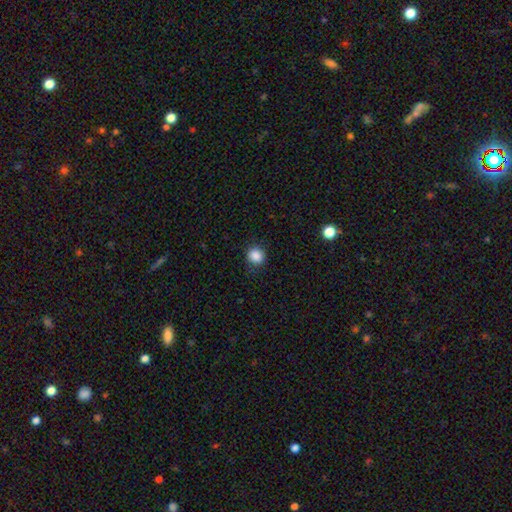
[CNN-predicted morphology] smooth 87%, star or artifact 10%, featured or disk 3%. Down the decision tree: how rounded — round (84%); merging — none (84%).